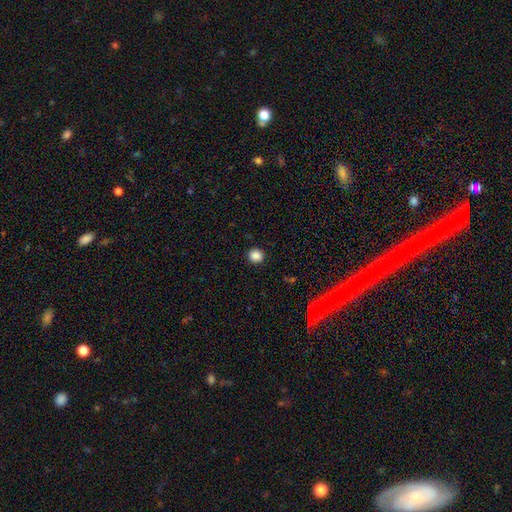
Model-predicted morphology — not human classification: Smooth or featured? Predicted: smooth (p=0.86). How rounded? Predicted: round (p=0.89). Merging? Predicted: none (p=0.92).